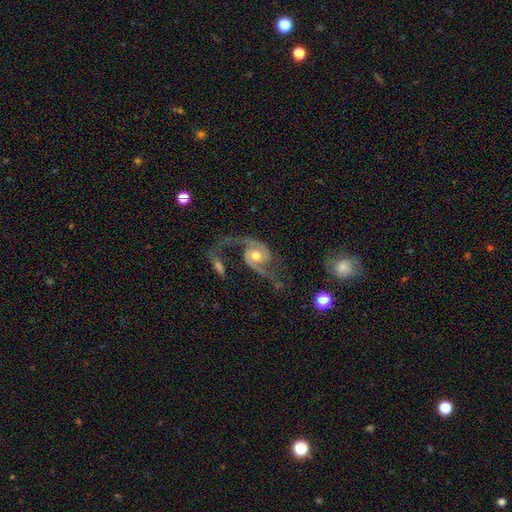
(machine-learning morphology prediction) Q: Smooth or featured?
A: featured or disk (90%); runner-up: smooth (5%)
Q: Edge-on disk?
A: no (97%); runner-up: yes (3%)
Q: Bar?
A: no (62%); runner-up: weak (30%)
Q: Spiral arms?
A: yes (97%); runner-up: no (3%)
Q: Spiral winding?
A: loose (51%); runner-up: medium (39%)
Q: Spiral arm count?
A: 2 (92%); runner-up: 1 (3%)
Q: Bulge size?
A: moderate (72%); runner-up: small (17%)
Q: Merging?
A: none (55%); runner-up: major disturbance (21%)